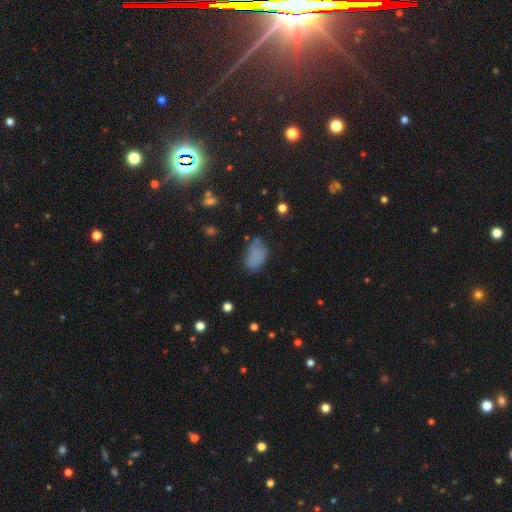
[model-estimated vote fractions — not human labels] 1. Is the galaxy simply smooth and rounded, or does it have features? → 77% smooth, 12% star or artifact, 11% featured or disk.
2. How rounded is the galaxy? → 91% in between, 7% round, 2% cigar-shaped.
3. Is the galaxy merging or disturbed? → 57% none, 28% minor disturbance, 11% major disturbance, 4% merger.